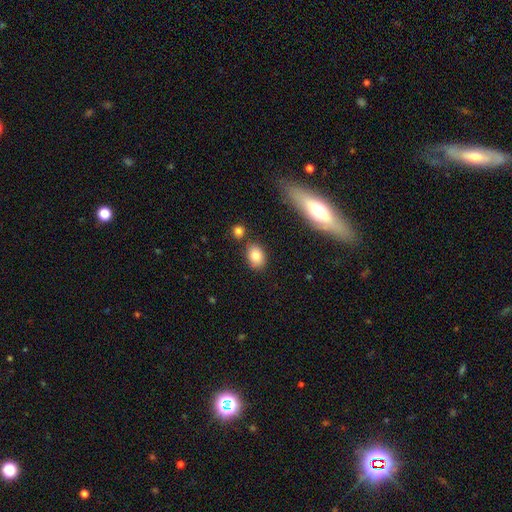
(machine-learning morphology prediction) smooth-or-featured: smooth: 81% | star or artifact: 10% | featured or disk: 10%
  how-rounded: in between: 70% | round: 29% | cigar-shaped: 2%
  merging: none: 77% | minor disturbance: 12% | merger: 8% | major disturbance: 3%